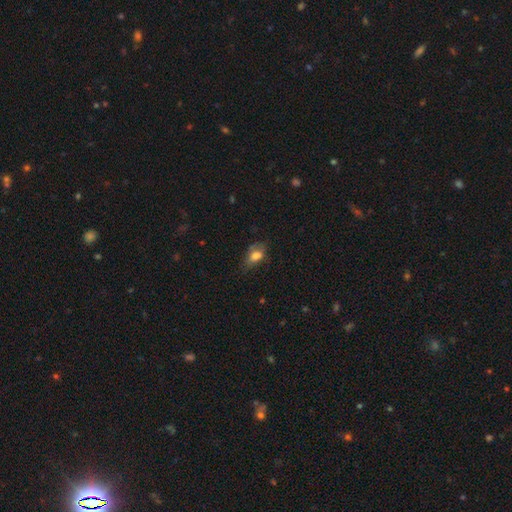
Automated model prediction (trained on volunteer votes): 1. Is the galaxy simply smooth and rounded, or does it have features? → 74% smooth, 17% featured or disk, 9% star or artifact.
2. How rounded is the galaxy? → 86% in between, 9% round, 6% cigar-shaped.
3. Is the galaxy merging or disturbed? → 51% none, 32% minor disturbance, 15% major disturbance, 2% merger.